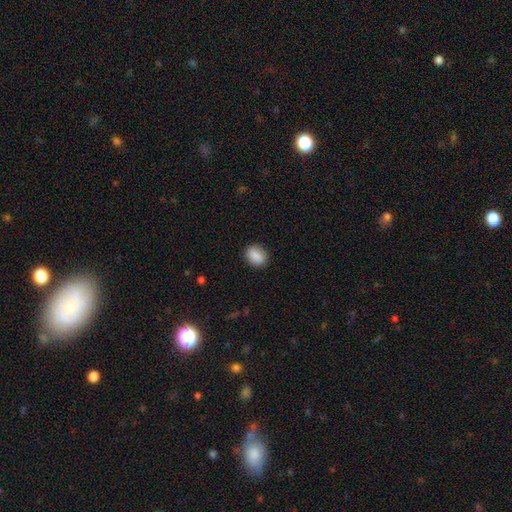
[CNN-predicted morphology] smooth 89%, star or artifact 7%, featured or disk 3%. Down the decision tree: how rounded — in between (66%); merging — none (88%).